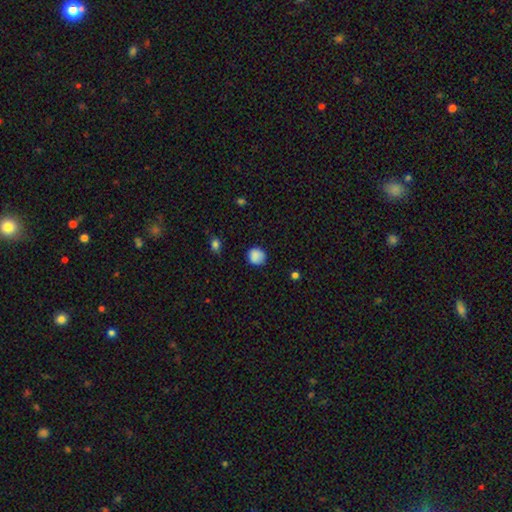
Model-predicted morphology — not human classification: The model was most divided on "merging": none: 81%, minor disturbance: 15%, major disturbance: 3%, merger: 1%. More confident: how rounded — round (88%); smooth or featured — smooth (87%).